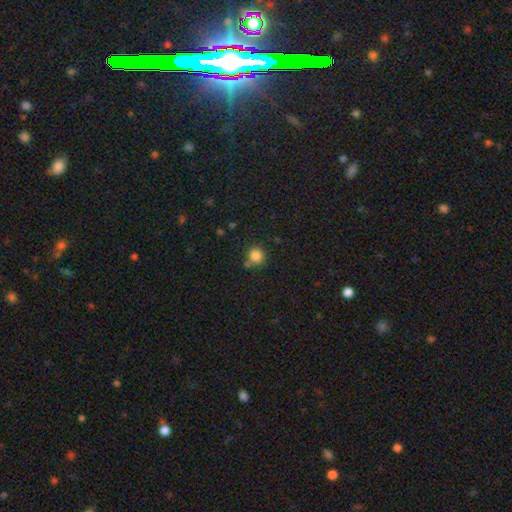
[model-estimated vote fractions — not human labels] smooth_or_featured: smooth (p=0.84) [alt: star or artifact p=0.12]
how_rounded: round (p=0.89) [alt: in between p=0.10]
merging: none (p=0.74) [alt: minor disturbance p=0.12]